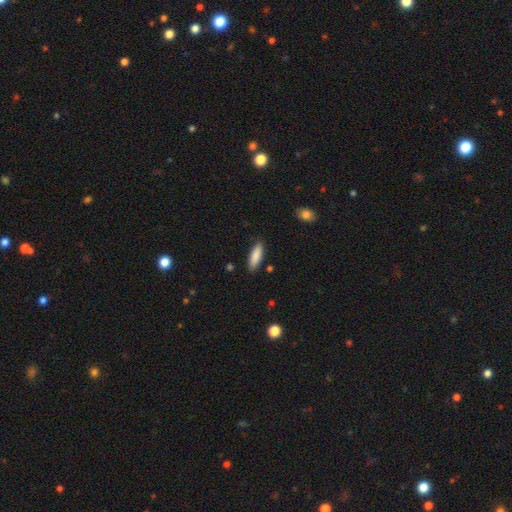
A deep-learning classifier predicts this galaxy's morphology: Smooth or featured? smooth (86%)
How rounded? cigar-shaped (54%)
Merging? none (86%)